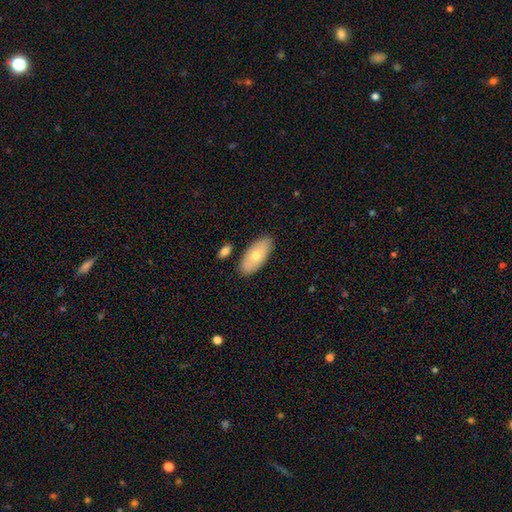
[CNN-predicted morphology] A smooth galaxy with no disk features (69%) that is in between round and cigar-shaped (90%). Merging: none (83%).